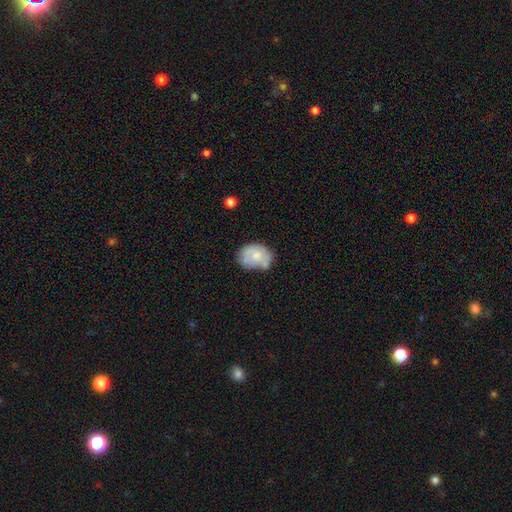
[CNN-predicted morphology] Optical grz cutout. It shows a smooth galaxy with no disk features (68%) that is in between round and cigar-shaped (68%). Merging: none (46%).